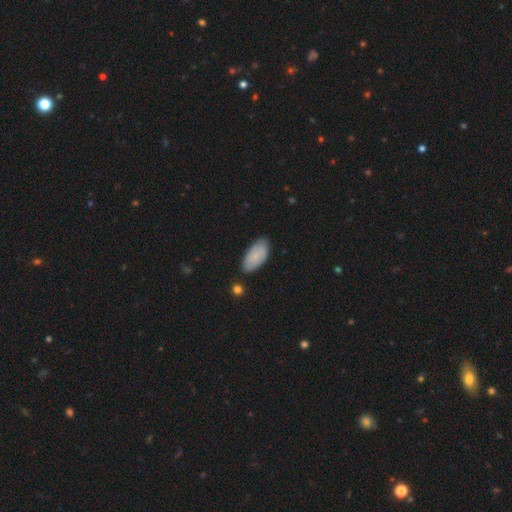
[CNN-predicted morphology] smooth-or-featured: smooth: 76% | featured or disk: 17% | star or artifact: 6%
  how-rounded: in between: 93% | cigar-shaped: 5% | round: 2%
  merging: none: 76% | minor disturbance: 19% | major disturbance: 3% | merger: 3%